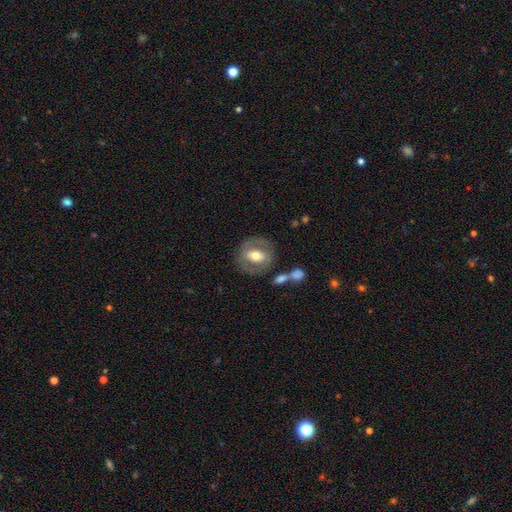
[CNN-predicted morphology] Smooth or featured? Predicted: featured or disk (p=0.48). Merging? Predicted: none (p=0.75).